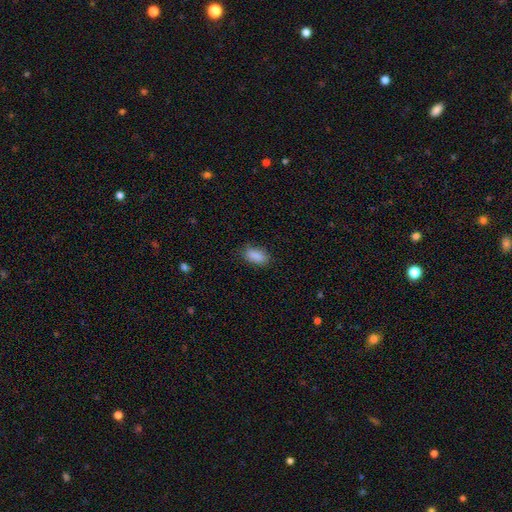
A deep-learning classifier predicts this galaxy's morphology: Q: Smooth or featured?
A: smooth (88%); runner-up: star or artifact (8%)
Q: How rounded?
A: in between (89%); runner-up: cigar-shaped (7%)
Q: Merging?
A: none (81%); runner-up: minor disturbance (15%)